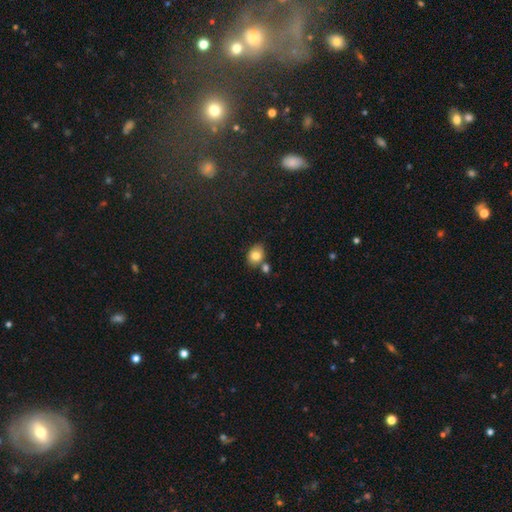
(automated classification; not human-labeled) smooth-or-featured: smooth: 80% | featured or disk: 10% | star or artifact: 9%
  how-rounded: in between: 66% | round: 33% | cigar-shaped: 1%
  merging: none: 65% | merger: 18% | minor disturbance: 14% | major disturbance: 3%